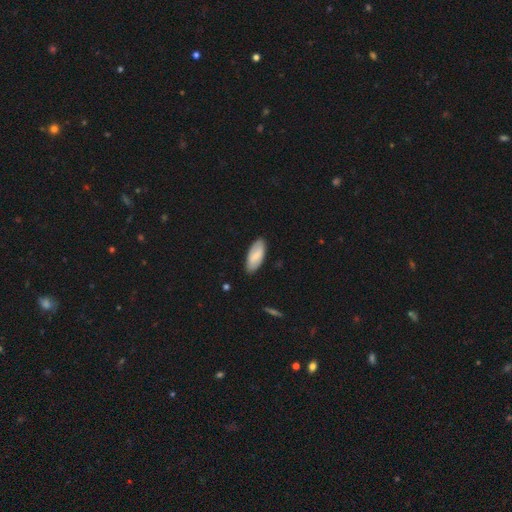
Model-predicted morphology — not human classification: Smooth or featured?
  - smooth: 77% *
  - featured or disk: 17%
  - star or artifact: 6%
How rounded?
  - in between: 85% *
  - cigar-shaped: 13%
  - round: 2%
Merging?
  - none: 85% *
  - minor disturbance: 12%
  - major disturbance: 2%
  - merger: 1%